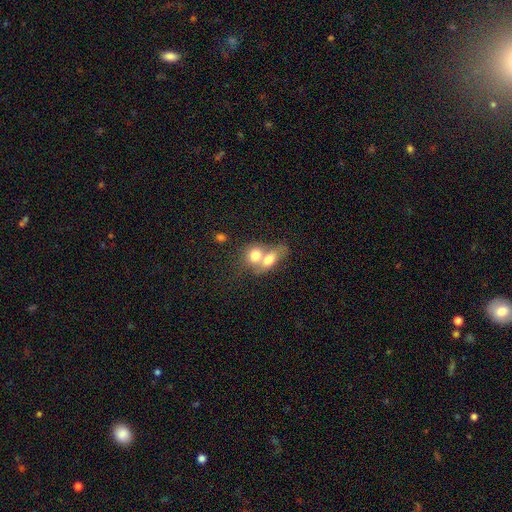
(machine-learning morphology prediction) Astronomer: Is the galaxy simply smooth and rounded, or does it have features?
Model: smooth — 71%.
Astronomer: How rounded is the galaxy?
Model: in between — 55% (runner-up: round, 41%).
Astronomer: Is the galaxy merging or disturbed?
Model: merger — 75%.